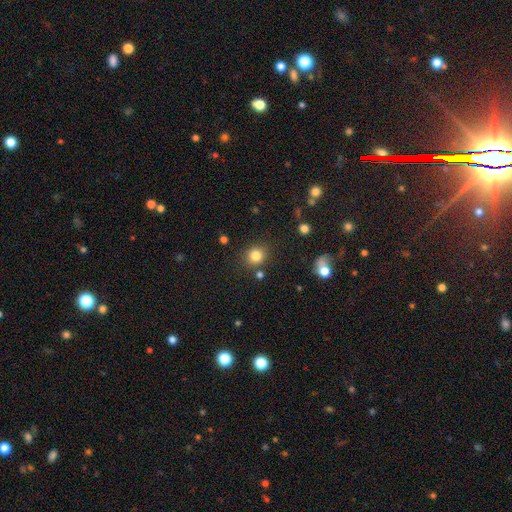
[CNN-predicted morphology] Smooth or featured? smooth (82%)
How rounded? round (83%)
Merging? none (83%)